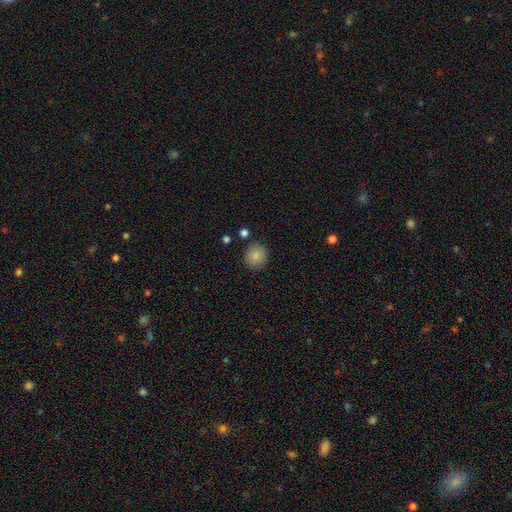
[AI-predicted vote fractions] Smooth or featured?
  - smooth: 86% *
  - star or artifact: 9%
  - featured or disk: 5%
How rounded?
  - round: 90% *
  - in between: 9%
  - cigar-shaped: 1%
Merging?
  - none: 87% *
  - minor disturbance: 8%
  - merger: 3%
  - major disturbance: 2%